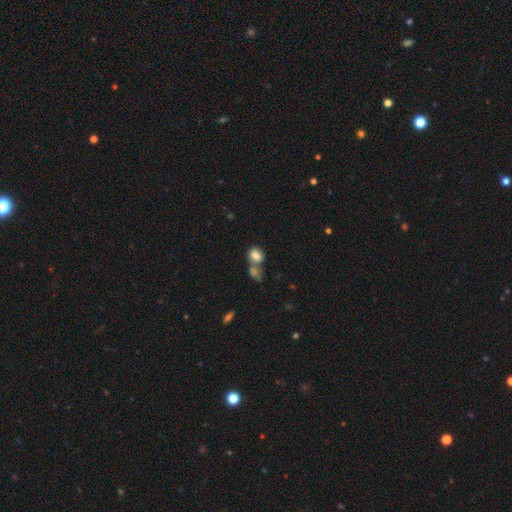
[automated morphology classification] smooth-or-featured: smooth: 78% | featured or disk: 12% | star or artifact: 10%
  how-rounded: in between: 76% | round: 22% | cigar-shaped: 2%
  merging: merger: 53% | none: 30% | minor disturbance: 11% | major disturbance: 6%